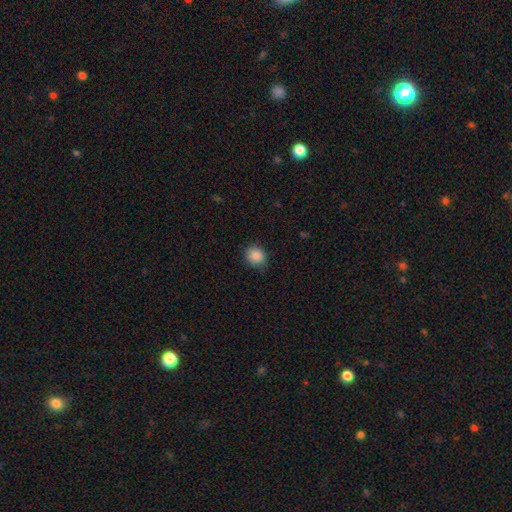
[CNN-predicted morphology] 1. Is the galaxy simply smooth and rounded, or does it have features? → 87% smooth, 9% star or artifact, 4% featured or disk.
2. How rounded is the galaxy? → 70% round, 30% in between, 1% cigar-shaped.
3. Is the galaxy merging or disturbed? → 85% none, 12% minor disturbance, 3% major disturbance, 1% merger.